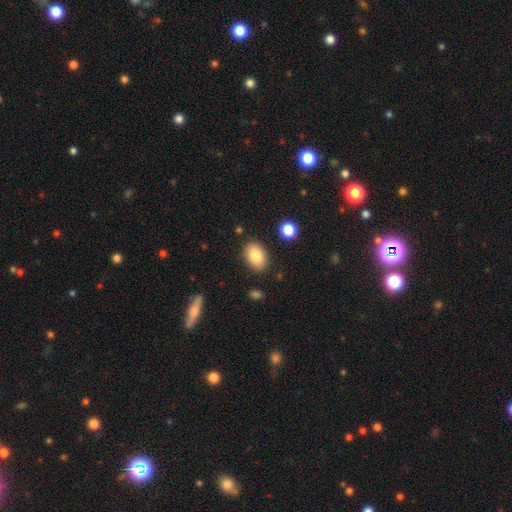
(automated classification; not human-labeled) Smooth or featured: smooth — 84% (featured or disk — 8%)
How rounded: in between — 88% (round — 11%)
Merging: none — 86% (minor disturbance — 10%)